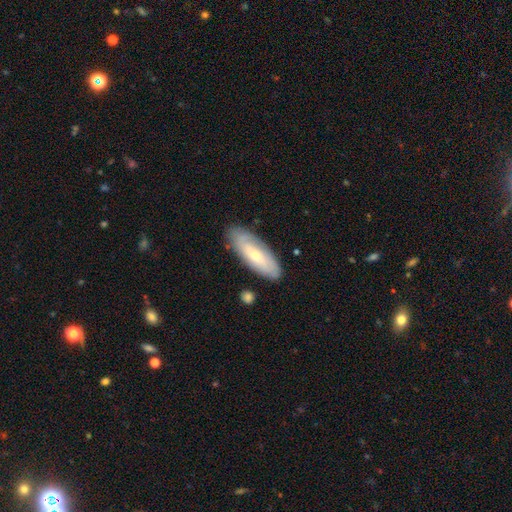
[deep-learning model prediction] This is possibly a smooth galaxy (54%). How rounded: likely in between (65%). Merging: clearly none (82%).